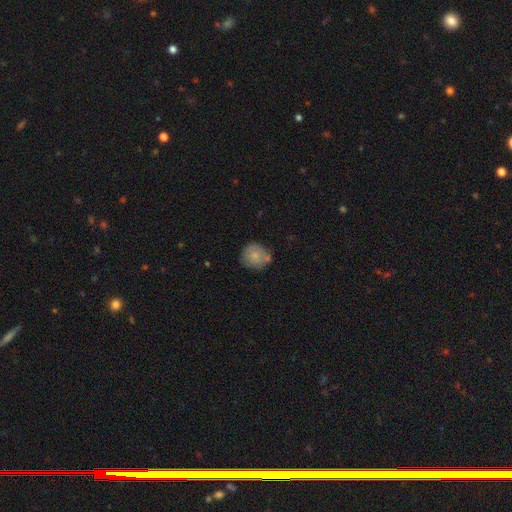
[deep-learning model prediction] This appears to be a smooth galaxy with no disk features (78%) that is round (85%). Merging: none (65%).